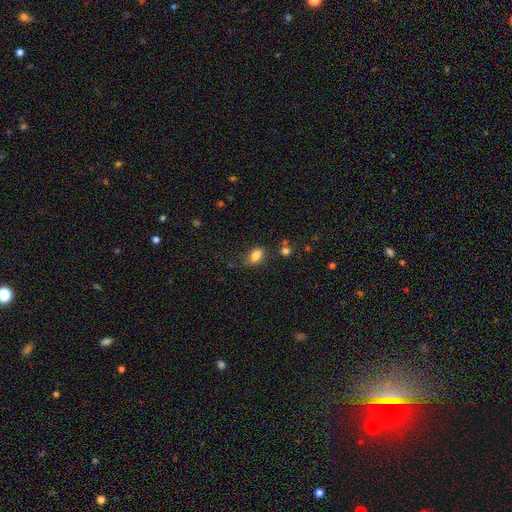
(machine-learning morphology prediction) This appears to be a smooth galaxy with no disk features (83%) that is in between round and cigar-shaped (83%). Merging: none (72%).